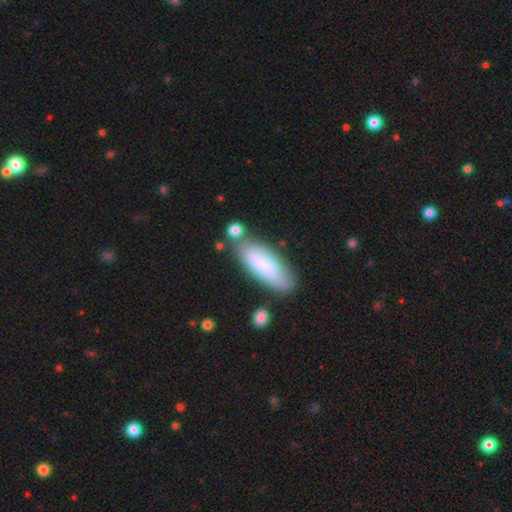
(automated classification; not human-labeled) smooth_or_featured: smooth (p=0.75) [alt: featured or disk p=0.19]
how_rounded: in between (p=0.61) [alt: cigar-shaped p=0.36]
merging: none (p=0.65) [alt: minor disturbance p=0.16]